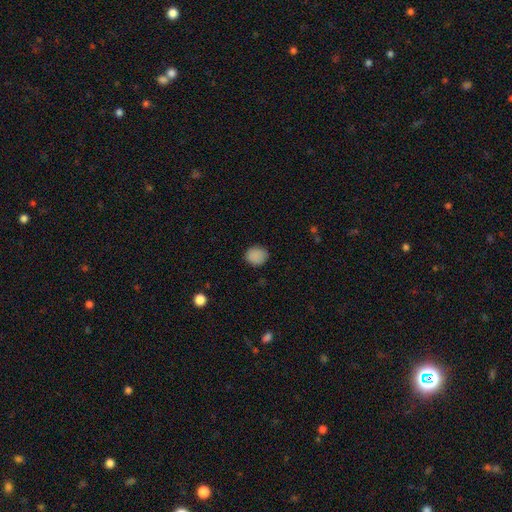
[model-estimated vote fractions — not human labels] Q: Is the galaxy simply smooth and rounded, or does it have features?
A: smooth — 87%.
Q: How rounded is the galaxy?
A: round — 71%.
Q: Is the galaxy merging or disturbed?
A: none — 84%.